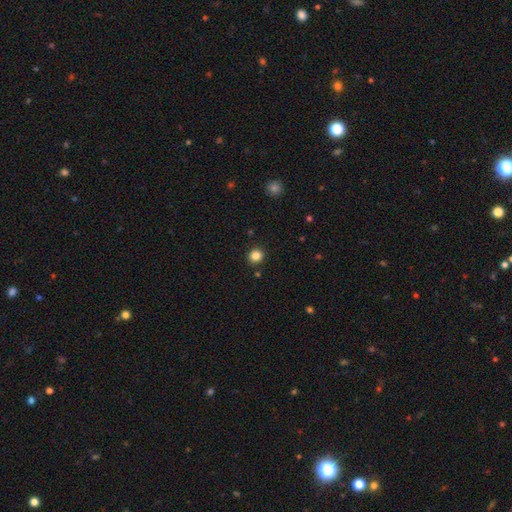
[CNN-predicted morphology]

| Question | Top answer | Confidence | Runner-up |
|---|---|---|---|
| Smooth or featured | smooth | 84% | star or artifact (12%) |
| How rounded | round | 88% | in between (11%) |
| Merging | none | 91% | minor disturbance (6%) |